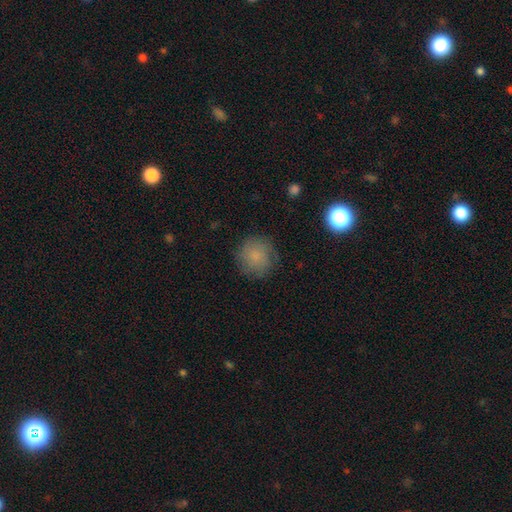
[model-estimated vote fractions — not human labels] Smooth or featured? Predicted: smooth (p=0.81). How rounded? Predicted: round (p=0.92). Merging? Predicted: none (p=0.81).